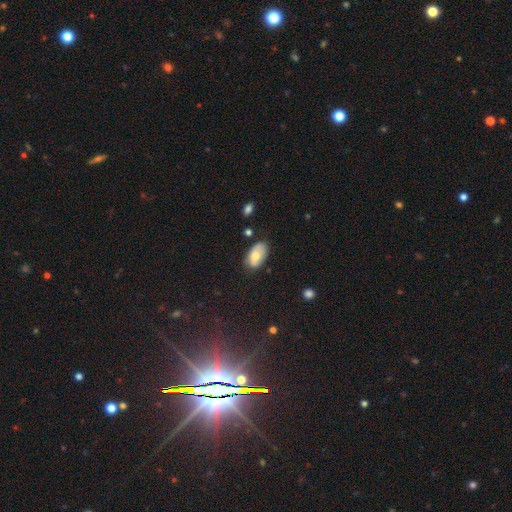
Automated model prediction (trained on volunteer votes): Smooth or featured: smooth — 69% (featured or disk — 23%)
How rounded: in between — 93% (round — 5%)
Merging: none — 66% (minor disturbance — 25%)